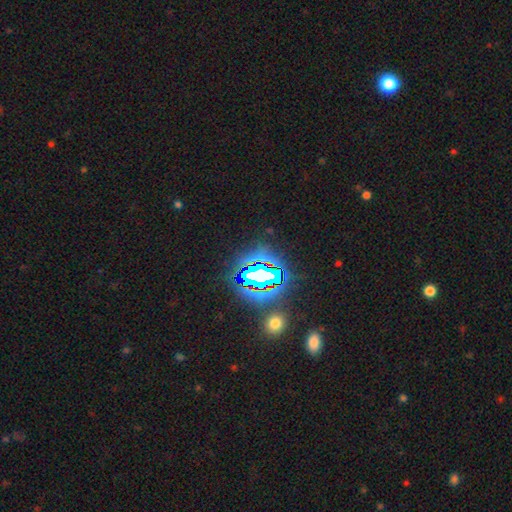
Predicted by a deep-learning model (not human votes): A star or artifact, not a galaxy (84%).

Vote fractions:
- Smooth or featured? star or artifact: 84% / smooth: 9% / featured or disk: 6%